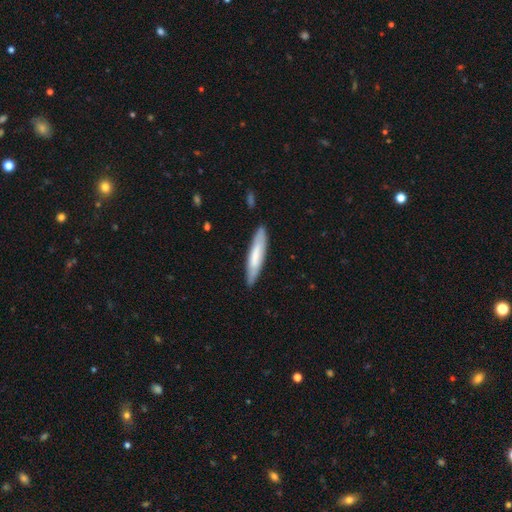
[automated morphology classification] This is likely a smooth galaxy (63%). How rounded: clearly cigar-shaped (84%). Merging: clearly none (85%).